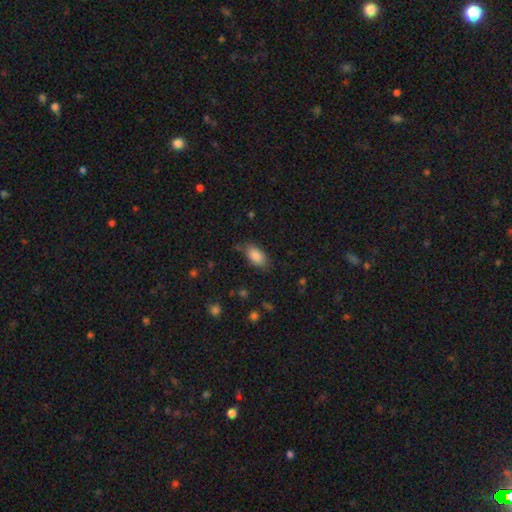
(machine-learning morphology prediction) Smooth or featured?
  - smooth: 87% *
  - star or artifact: 7%
  - featured or disk: 6%
How rounded?
  - in between: 92% *
  - round: 4%
  - cigar-shaped: 4%
Merging?
  - none: 74% *
  - minor disturbance: 19%
  - major disturbance: 5%
  - merger: 2%